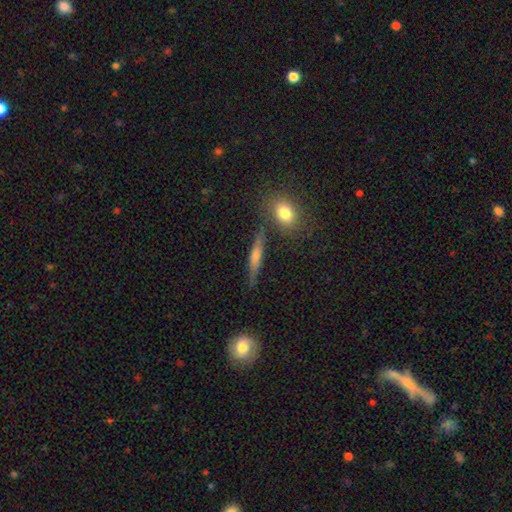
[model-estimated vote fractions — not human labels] smooth-or-featured: featured or disk: 59% | smooth: 27% | star or artifact: 14%
  disk-edge-on: yes: 92% | no: 8%
    edge-on-bulge: rounded: 84% | none: 9% | boxy: 7%
  merging: none: 84% | minor disturbance: 9% | merger: 5% | major disturbance: 3%